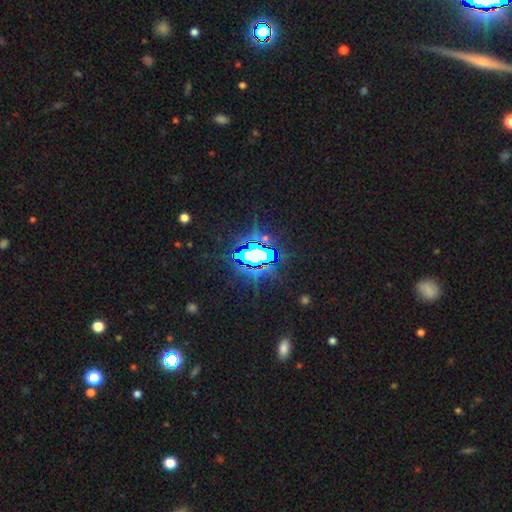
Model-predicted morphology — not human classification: Overall: star or artifact (75%).